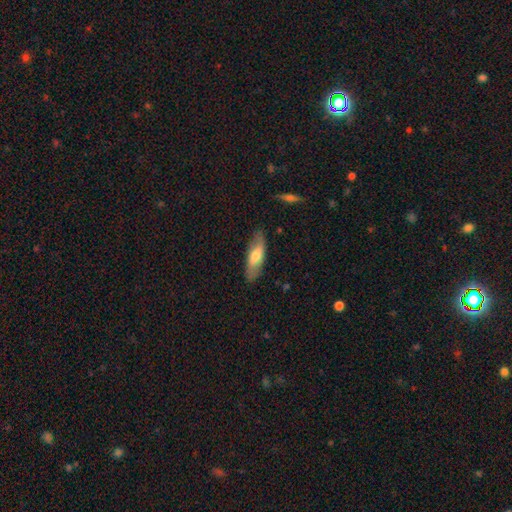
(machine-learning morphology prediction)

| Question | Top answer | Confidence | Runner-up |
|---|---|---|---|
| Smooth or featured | smooth | 63% | featured or disk (32%) |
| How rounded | in between | 59% | cigar-shaped (39%) |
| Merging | none | 83% | minor disturbance (13%) |